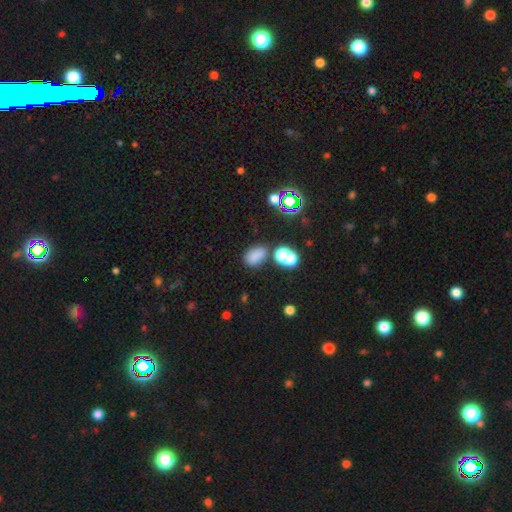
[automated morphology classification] Smooth or featured: smooth — 72% (star or artifact — 19%)
How rounded: in between — 78% (round — 21%)
Merging: none — 62% (merger — 17%)